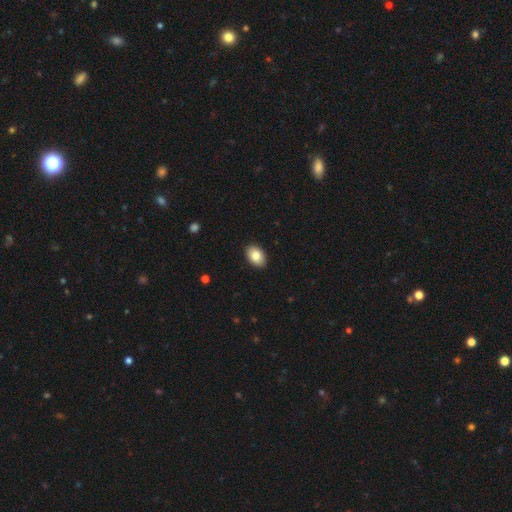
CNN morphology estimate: type=smooth (84%); roundness=in between (88%); merging=none (90%).